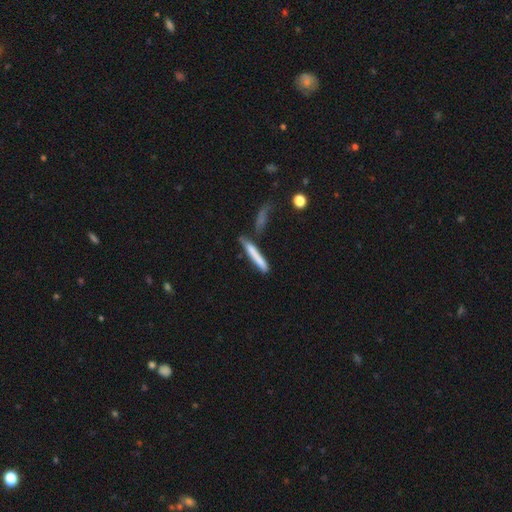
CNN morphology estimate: smooth-or-featured: smooth: 71% | featured or disk: 22% | star or artifact: 7%
  how-rounded: cigar-shaped: 93% | in between: 6% | round: 2%
  merging: none: 60% | minor disturbance: 17% | merger: 16% | major disturbance: 7%